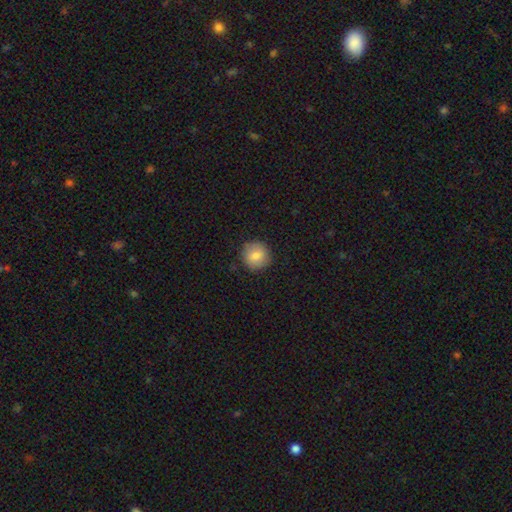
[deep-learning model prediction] Smooth or featured: smooth — 83% (featured or disk — 9%)
How rounded: round — 93% (in between — 6%)
Merging: none — 88% (minor disturbance — 9%)